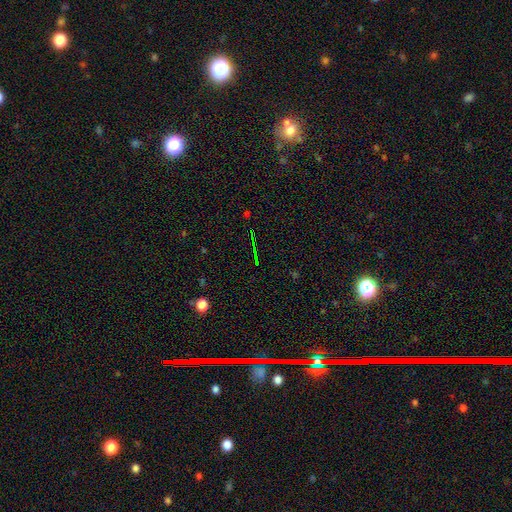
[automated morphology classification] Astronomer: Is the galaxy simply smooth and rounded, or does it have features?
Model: star or artifact — 71%.